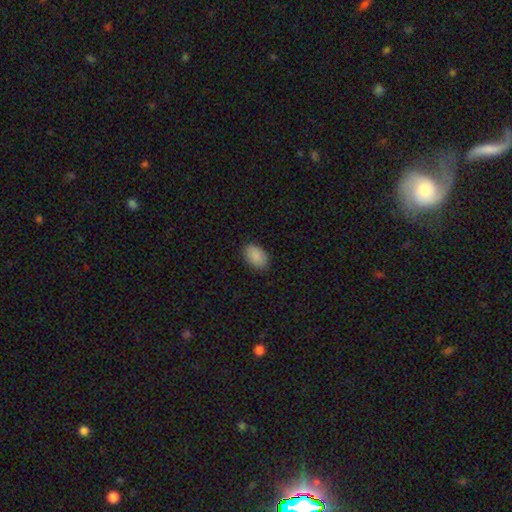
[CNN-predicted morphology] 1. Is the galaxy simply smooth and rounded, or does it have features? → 90% smooth, 7% star or artifact, 3% featured or disk.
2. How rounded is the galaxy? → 89% in between, 10% round, 1% cigar-shaped.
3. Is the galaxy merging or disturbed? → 87% none, 10% minor disturbance, 2% major disturbance, 1% merger.